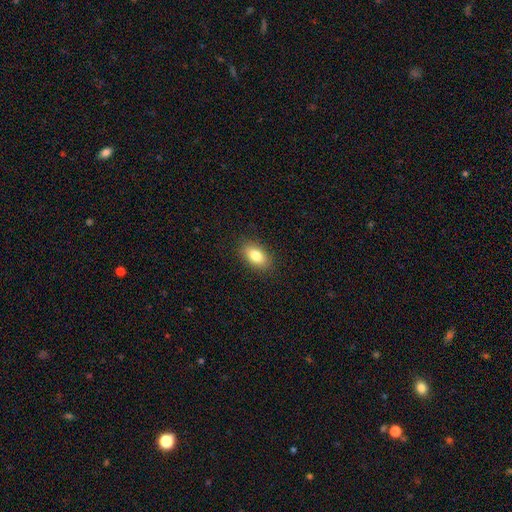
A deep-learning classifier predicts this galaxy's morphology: A smooth galaxy with no disk features (83%) that is in between round and cigar-shaped (90%). Merging: none (88%).